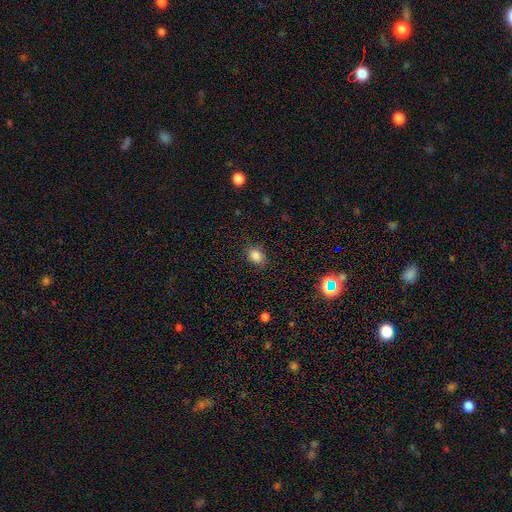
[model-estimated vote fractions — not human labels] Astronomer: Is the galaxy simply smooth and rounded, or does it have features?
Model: smooth — 83%.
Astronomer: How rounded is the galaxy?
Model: round — 57% (runner-up: in between, 42%).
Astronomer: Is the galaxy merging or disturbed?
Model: none — 82%.